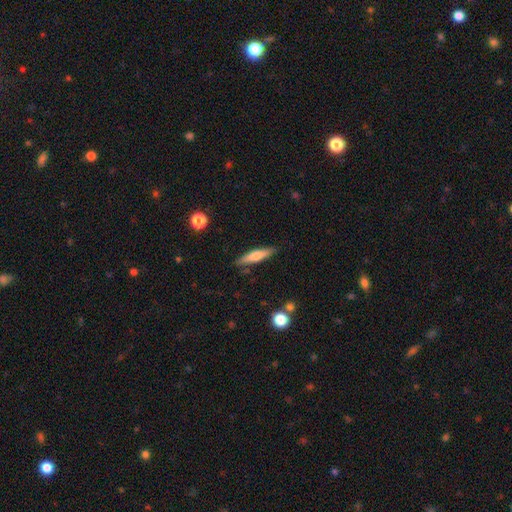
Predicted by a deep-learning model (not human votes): Smooth or featured? smooth (62%)
How rounded? cigar-shaped (82%)
Merging? none (86%)